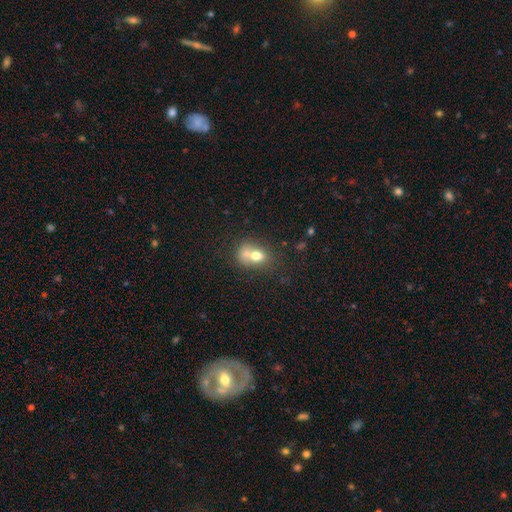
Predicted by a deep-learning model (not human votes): Morphology: type=smooth (69%); roundness=in between (56%); merging=merger (54%).